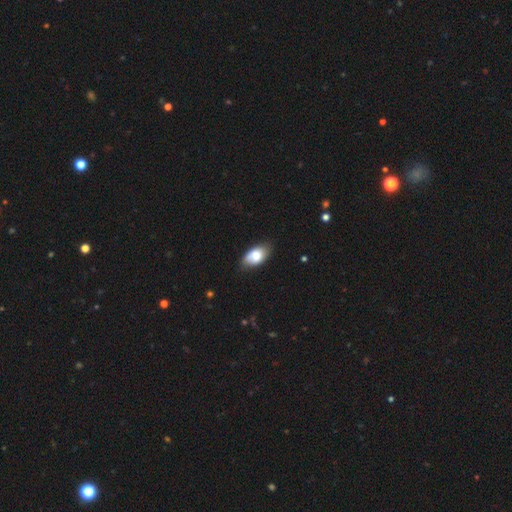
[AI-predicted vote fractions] smooth_or_featured: smooth (p=0.77) [alt: featured or disk p=0.16]
how_rounded: in between (p=0.93) [alt: round p=0.05]
merging: none (p=0.76) [alt: minor disturbance p=0.20]